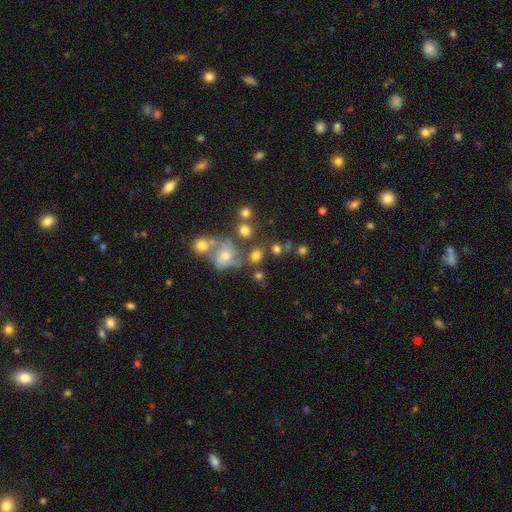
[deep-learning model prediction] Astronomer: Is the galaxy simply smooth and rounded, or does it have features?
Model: smooth — 70%.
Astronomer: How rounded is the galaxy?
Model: round — 69%.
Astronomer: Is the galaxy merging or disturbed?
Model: none — 55%.